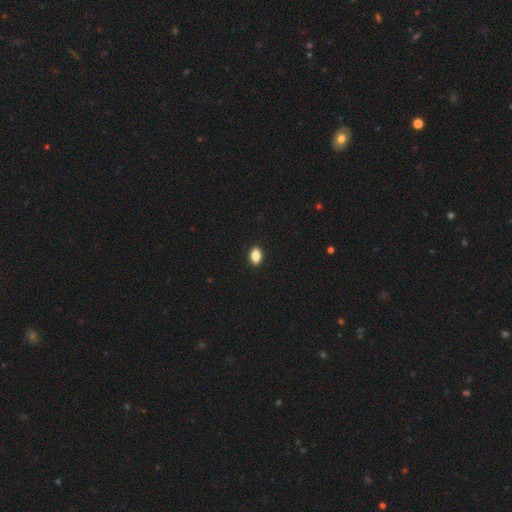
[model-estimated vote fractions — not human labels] This is clearly a smooth galaxy (86%). How rounded: clearly in between (86%). Merging: clearly none (91%).